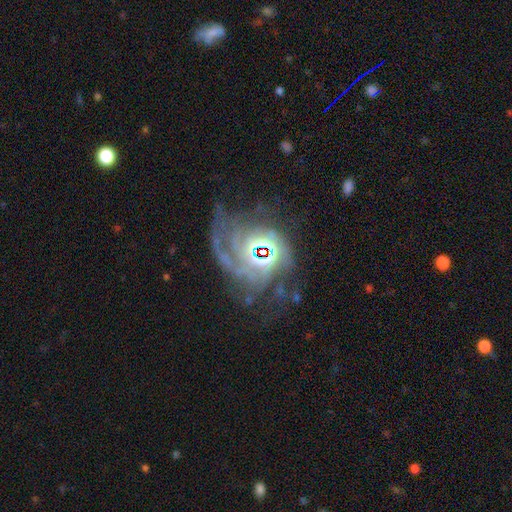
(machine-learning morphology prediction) smooth_or_featured: featured or disk (p=0.61) [alt: star or artifact p=0.30]
disk_edge_on: no (p=0.95) [alt: yes p=0.05]
bar: no (p=0.48) [alt: weak p=0.32]
has_spiral_arms: yes (p=0.84) [alt: no p=0.16]
bulge_size: small (p=0.35) [alt: moderate p=0.34]
merging: none (p=0.51) [alt: major disturbance p=0.26]